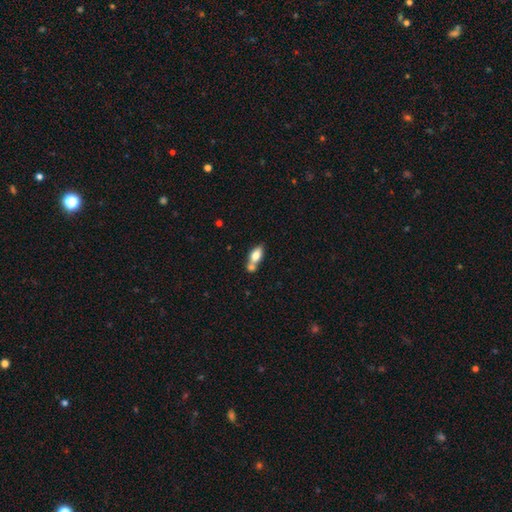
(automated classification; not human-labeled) This appears to be a smooth galaxy with no disk features (75%) that is in between round and cigar-shaped (83%). Merging: merger (43%).